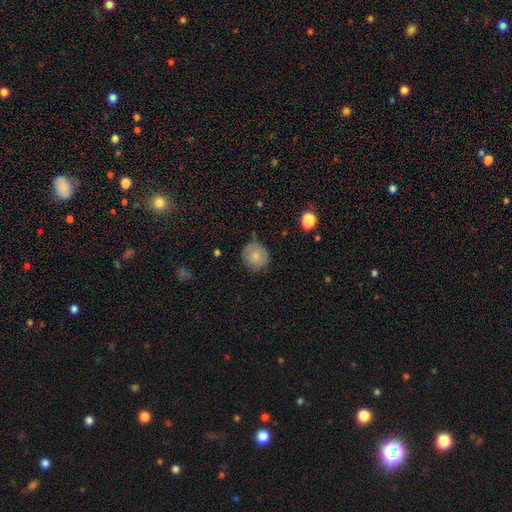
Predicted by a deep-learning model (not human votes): This appears to be a smooth galaxy with no disk features (78%) that is round (88%). Merging: none (69%).